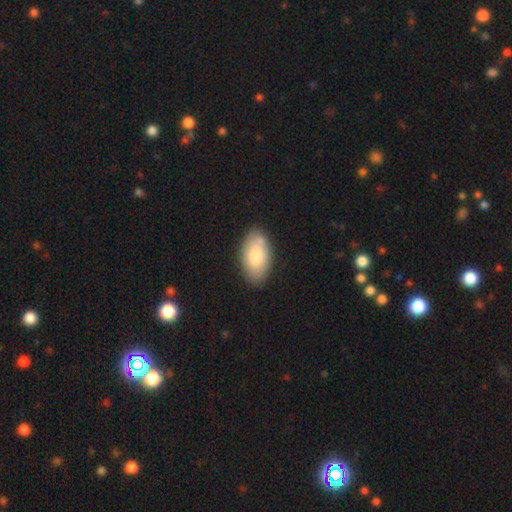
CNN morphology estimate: A smooth galaxy with no disk features (74%) that is in between round and cigar-shaped (94%). Merging: none (80%).